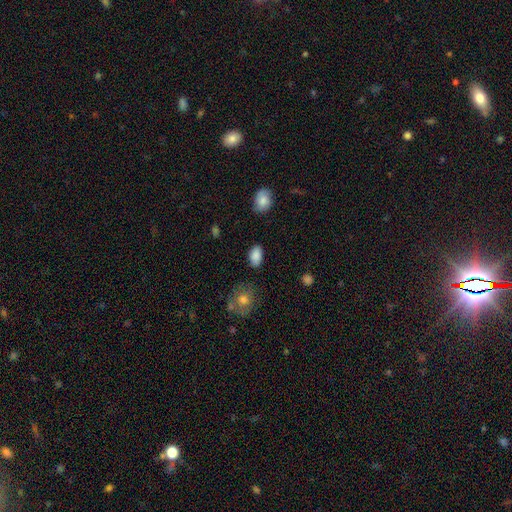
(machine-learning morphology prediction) A smooth galaxy with no disk features (87%) that is in between round and cigar-shaped (89%).

Vote fractions:
- Smooth or featured? smooth: 87% / star or artifact: 8% / featured or disk: 5%
- How rounded? in between: 89% / round: 10% / cigar-shaped: 1%
- Merging? none: 84% / minor disturbance: 12% / major disturbance: 3% / merger: 2%